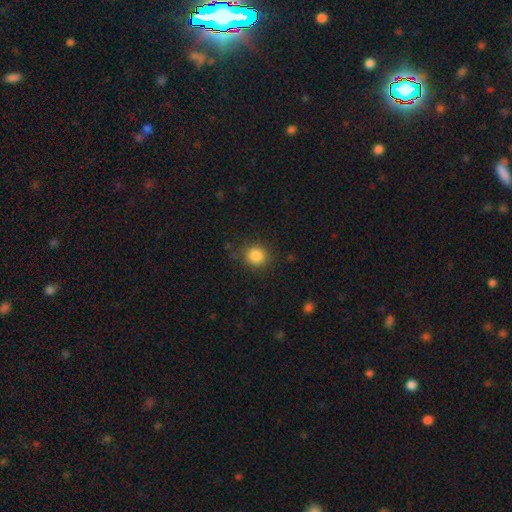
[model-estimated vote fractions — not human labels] The model was most divided on "merging": none: 85%, minor disturbance: 10%, major disturbance: 3%, merger: 1%. More confident: how rounded — round (87%); smooth or featured — smooth (86%).